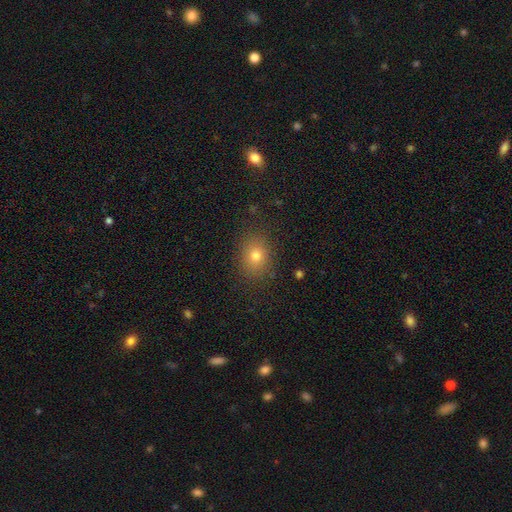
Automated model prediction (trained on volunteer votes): Morphology: type=smooth (75%); roundness=in between (50%); merging=none (86%).